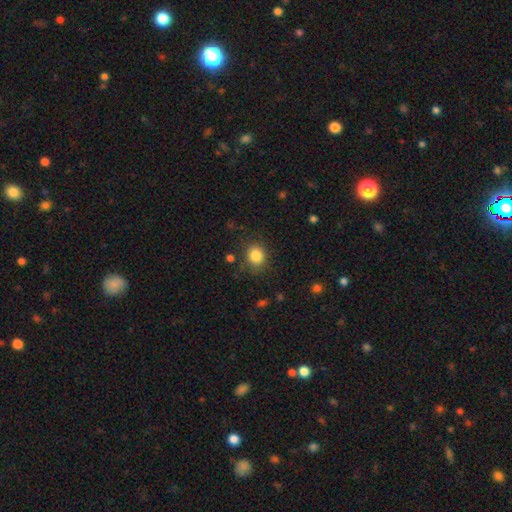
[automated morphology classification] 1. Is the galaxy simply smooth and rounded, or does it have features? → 84% smooth, 11% star or artifact, 5% featured or disk.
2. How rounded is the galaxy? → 78% round, 21% in between, 1% cigar-shaped.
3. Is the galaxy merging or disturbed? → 82% none, 12% minor disturbance, 4% major disturbance, 2% merger.